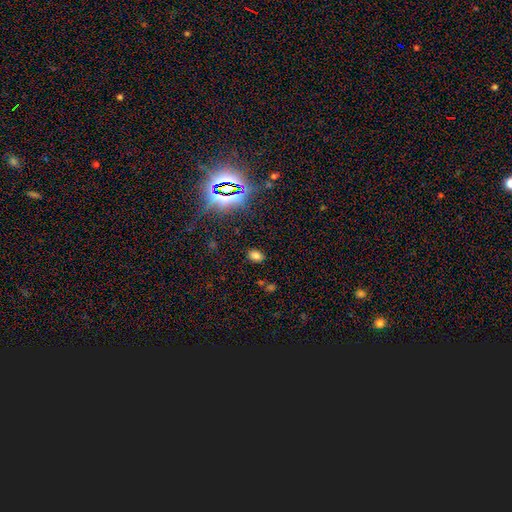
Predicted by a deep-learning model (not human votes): This appears to be a smooth galaxy with no disk features (73%) that is in between round and cigar-shaped (82%). Merging: none (85%).